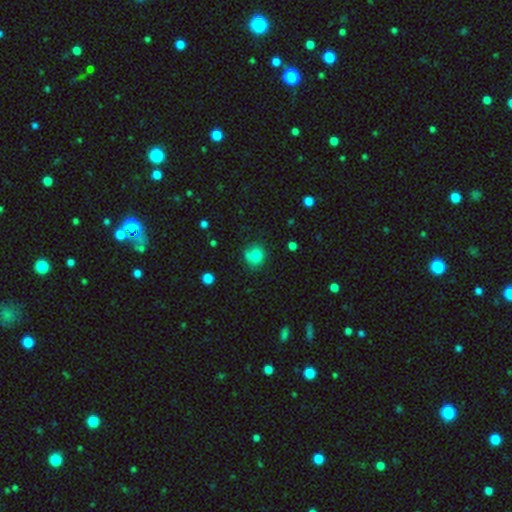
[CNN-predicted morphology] A smooth galaxy with no disk features (79%) that is round (79%). Merging: none (64%).